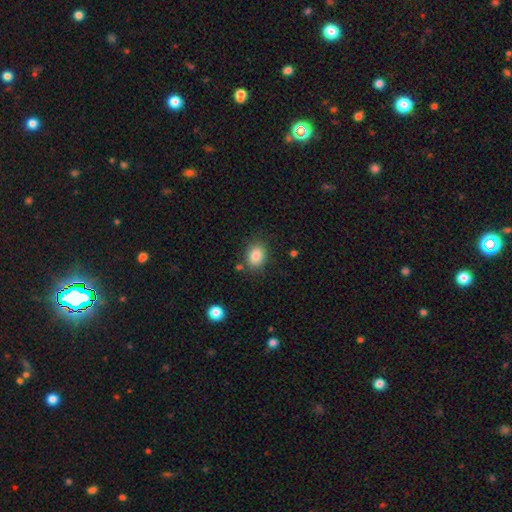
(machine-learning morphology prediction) This appears to be a smooth galaxy with no disk features (85%) that is in between round and cigar-shaped (62%). Merging: none (81%).